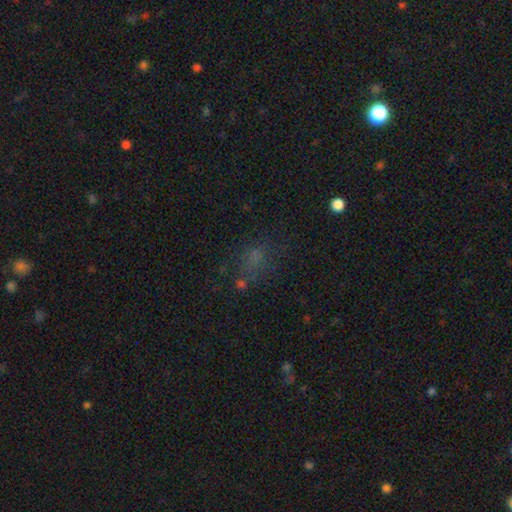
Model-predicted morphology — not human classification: smooth-or-featured: smooth: 47% | star or artifact: 39% | featured or disk: 15%
  merging: none: 60% | minor disturbance: 17% | major disturbance: 14% | merger: 8%